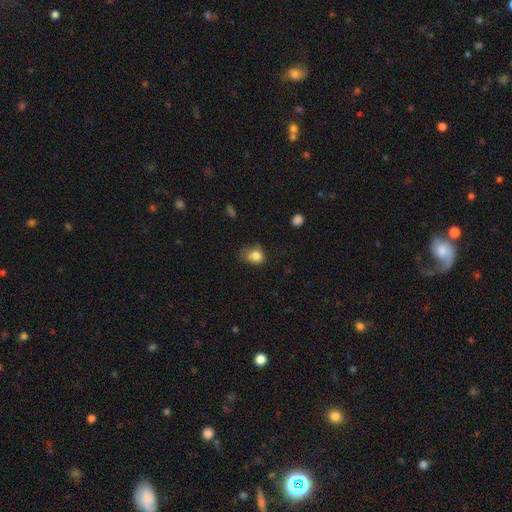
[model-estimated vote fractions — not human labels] A smooth galaxy with no disk features (82%) that is round (51%). Merging: none (39%, tied with minor disturbance).